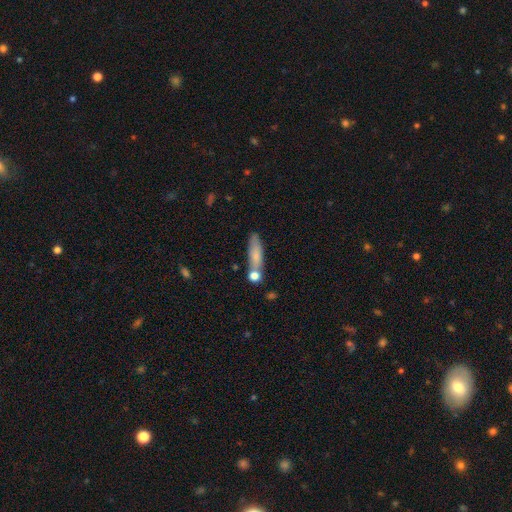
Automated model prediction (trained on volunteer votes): Overall: smooth (74%). How rounded: cigar-shaped (68%; in between 29%). Merging: none (61%).